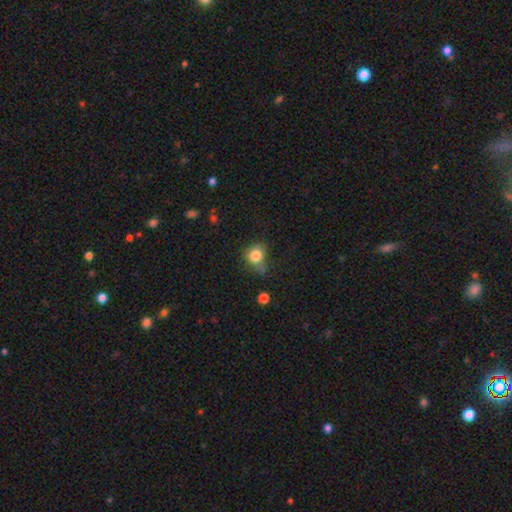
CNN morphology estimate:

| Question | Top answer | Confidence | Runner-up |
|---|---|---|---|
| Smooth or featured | smooth | 81% | star or artifact (11%) |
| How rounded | round | 72% | in between (27%) |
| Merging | none | 46% | minor disturbance (33%) |